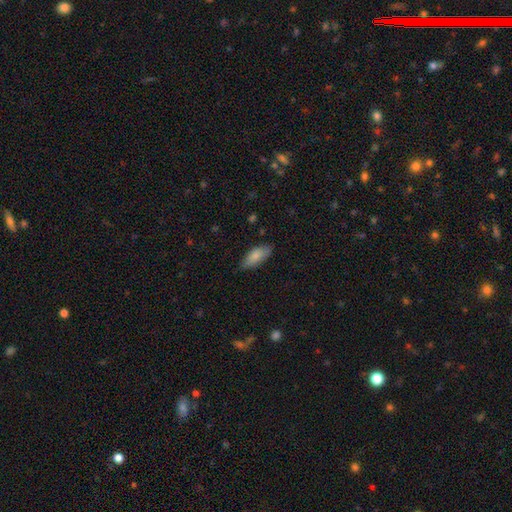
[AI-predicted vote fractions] Overall: smooth (82%). How rounded: in between (81%). Merging: none (76%).